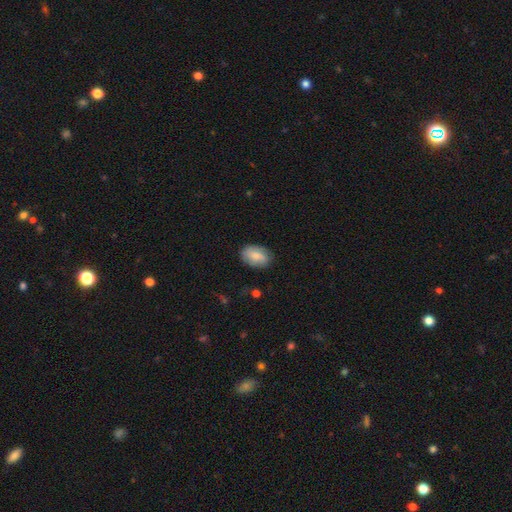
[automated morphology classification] This appears to be a smooth galaxy with no disk features (75%) that is in between round and cigar-shaped (88%). Merging: none (82%).